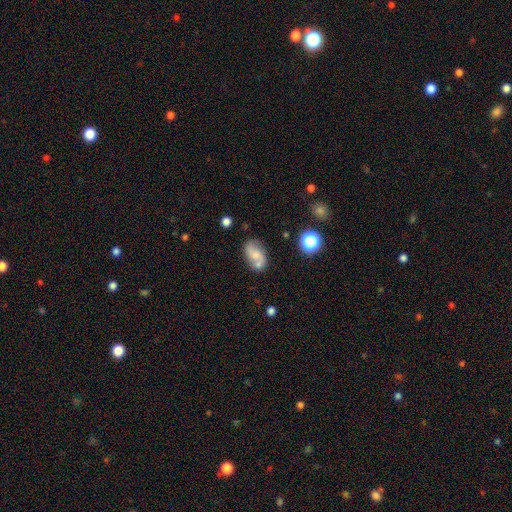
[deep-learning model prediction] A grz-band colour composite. It shows a featured or disk galaxy (46%). Merging: none (51%).